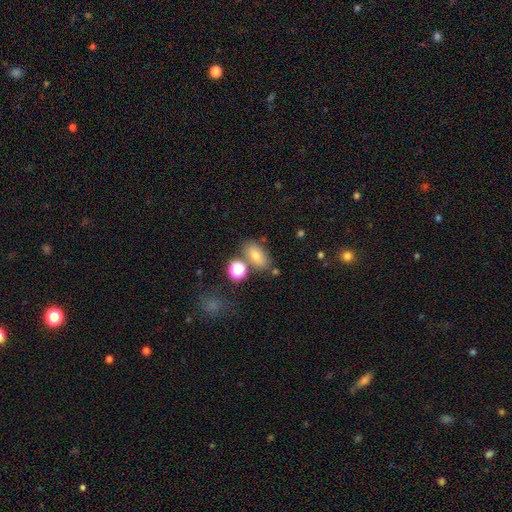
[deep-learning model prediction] smooth 70%, star or artifact 16%, featured or disk 14%. Down the decision tree: how rounded — in between (81%); merging — none (69%).